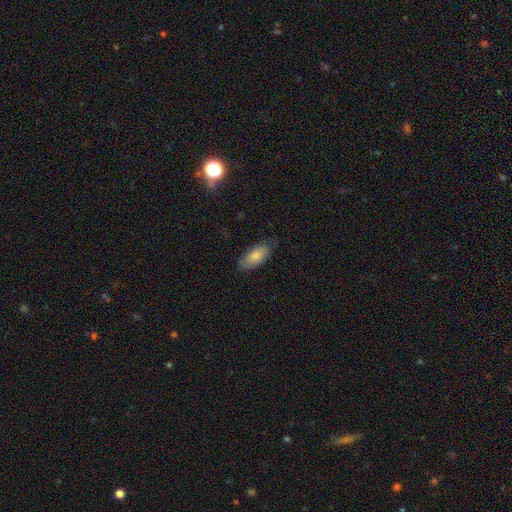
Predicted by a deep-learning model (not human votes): smooth 78%, featured or disk 16%, star or artifact 6%. Down the decision tree: how rounded — in between (87%); merging — none (73%).